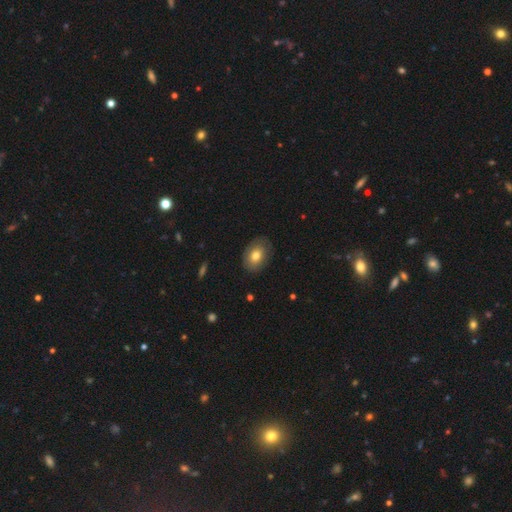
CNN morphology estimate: Q: Smooth or featured?
A: smooth (74%); runner-up: featured or disk (19%)
Q: How rounded?
A: in between (77%); runner-up: round (22%)
Q: Merging?
A: none (82%); runner-up: minor disturbance (14%)